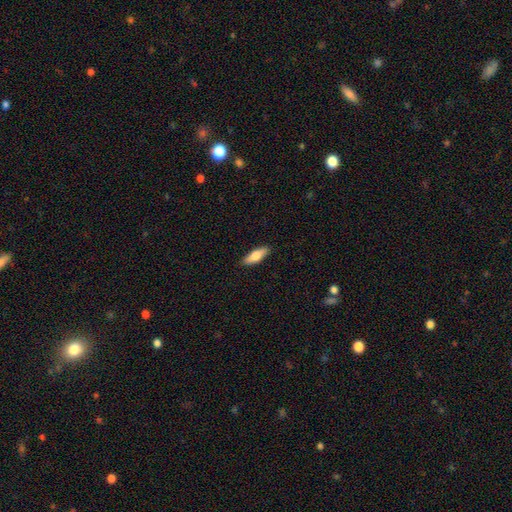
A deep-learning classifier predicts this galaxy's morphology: Q: Smooth or featured?
A: smooth (69%); runner-up: featured or disk (26%)
Q: How rounded?
A: in between (56%); runner-up: cigar-shaped (42%)
Q: Merging?
A: none (90%); runner-up: minor disturbance (8%)